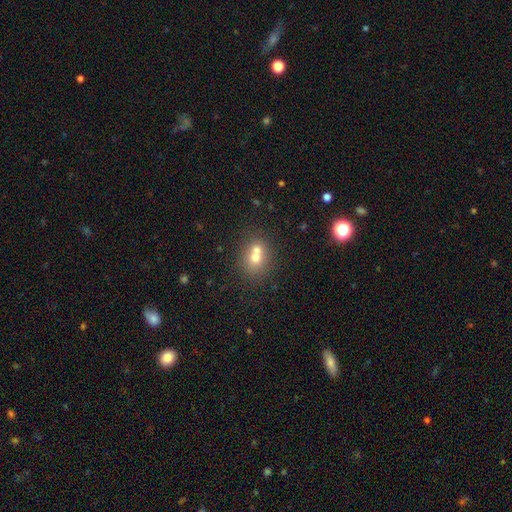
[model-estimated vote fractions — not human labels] This appears to be a smooth galaxy with no disk features (67%) that is round (64%). Merging: merger (57%).